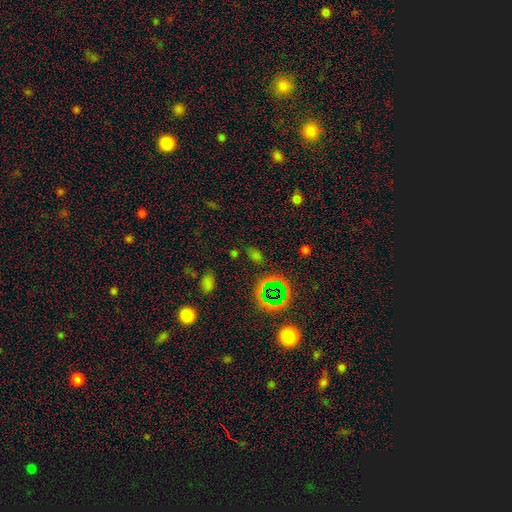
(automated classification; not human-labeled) star or artifact 45%, smooth 41%, featured or disk 14%.